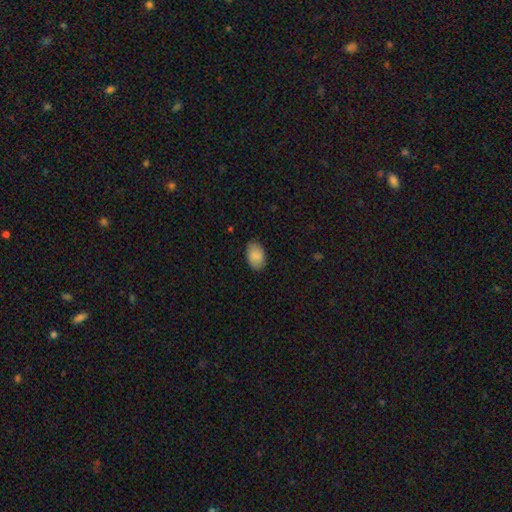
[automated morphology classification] This appears to be a smooth galaxy with no disk features (88%) that is in between round and cigar-shaped (89%). Merging: none (84%).